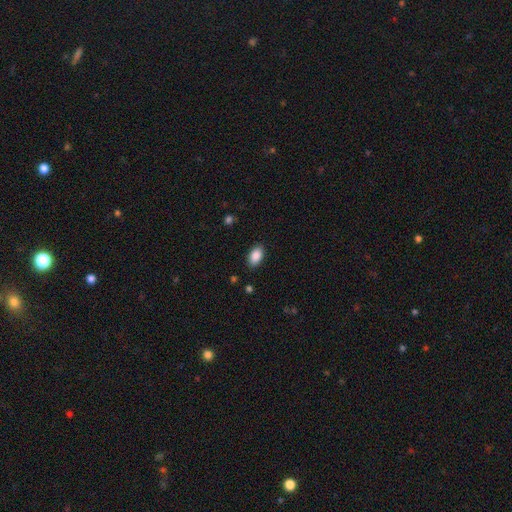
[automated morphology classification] smooth 89%, star or artifact 7%, featured or disk 4%. Down the decision tree: how rounded — in between (93%); merging — none (87%).